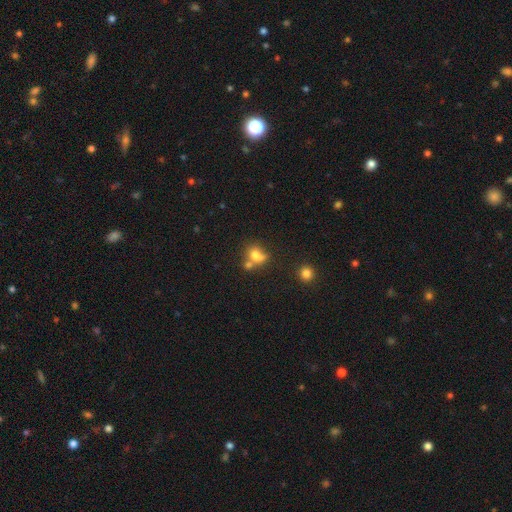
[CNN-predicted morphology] smooth 72%, featured or disk 15%, star or artifact 13%. Down the decision tree: how rounded — round (62%); merging — merger (44%).